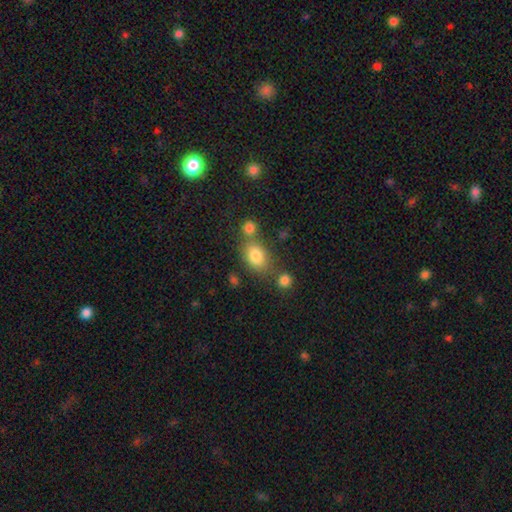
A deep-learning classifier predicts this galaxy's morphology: The model was most divided on "merging": none: 58%, merger: 23%, minor disturbance: 14%, major disturbance: 5%. More confident: smooth or featured — smooth (81%); how rounded — in between (73%).